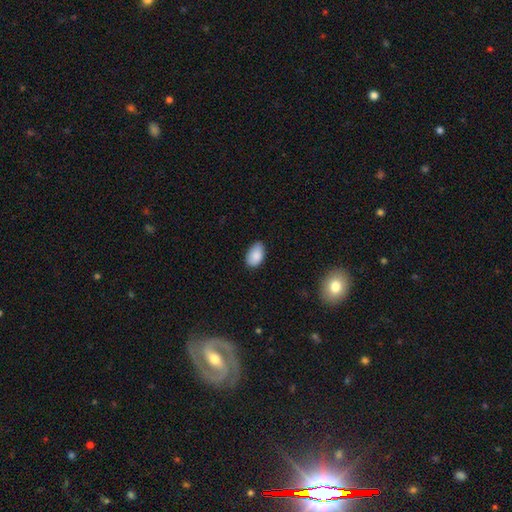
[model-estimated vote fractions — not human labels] smooth-or-featured: smooth: 88% | star or artifact: 7% | featured or disk: 5%
  how-rounded: in between: 93% | round: 6% | cigar-shaped: 1%
  merging: none: 78% | minor disturbance: 18% | major disturbance: 3% | merger: 1%